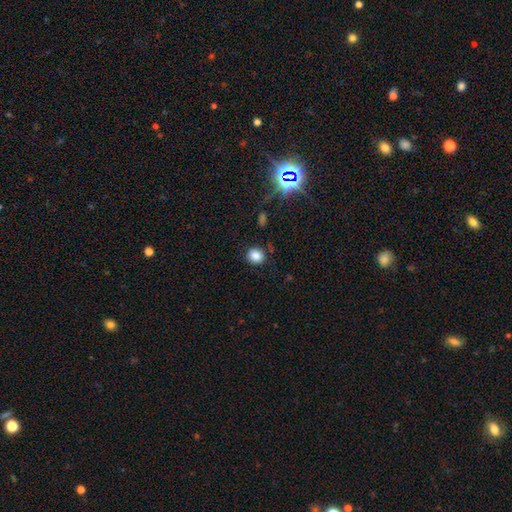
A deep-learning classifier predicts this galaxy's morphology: Smooth or featured? smooth (83%)
How rounded? round (74%)
Merging? none (85%)